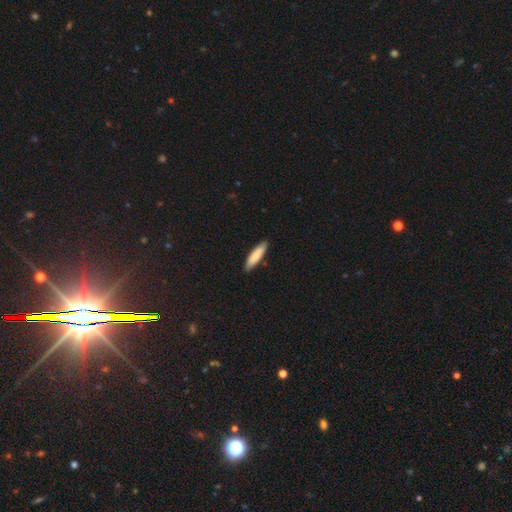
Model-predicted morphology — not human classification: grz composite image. It shows a smooth galaxy with no disk features (82%) that is cigar-shaped (72%). Merging: none (87%).